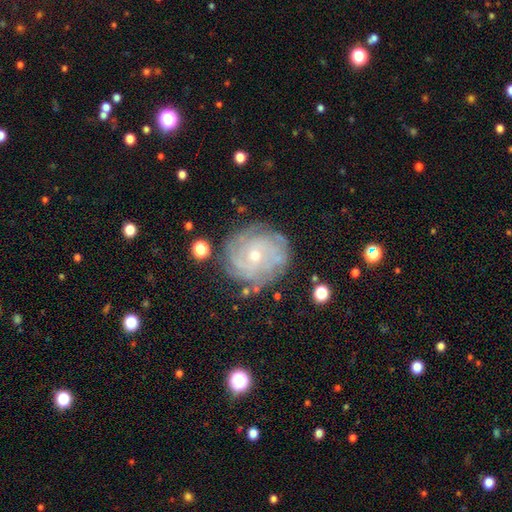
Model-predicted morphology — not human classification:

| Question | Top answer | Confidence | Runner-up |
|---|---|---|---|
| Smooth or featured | featured or disk | 81% | smooth (11%) |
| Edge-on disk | no | 97% | yes (3%) |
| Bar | no | 76% | weak (20%) |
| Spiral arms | yes | 93% | no (7%) |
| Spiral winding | tight | 74% | medium (21%) |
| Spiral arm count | can't tell | 41% | 4 (17%) |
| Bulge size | small | 65% | moderate (32%) |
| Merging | none | 78% | minor disturbance (15%) |